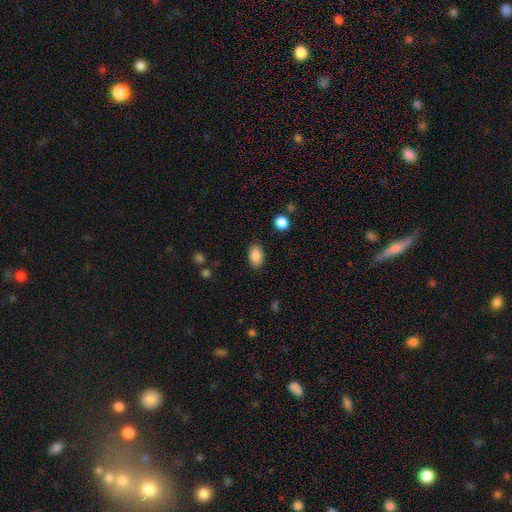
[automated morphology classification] A smooth galaxy with no disk features (86%) that is in between round and cigar-shaped (91%). Merging: none (87%).